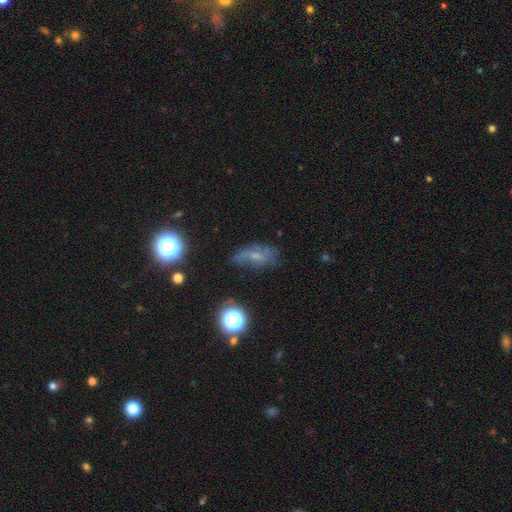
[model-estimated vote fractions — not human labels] A featured or disk galaxy (49%).

Vote fractions:
- Smooth or featured? featured or disk: 49% / smooth: 33% / star or artifact: 17%
- Merging? none: 54% / minor disturbance: 26% / major disturbance: 17% / merger: 3%